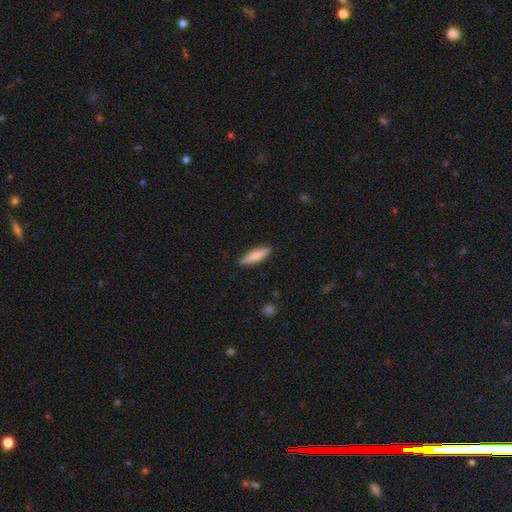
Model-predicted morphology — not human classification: This is likely a smooth galaxy (70%). How rounded: likely cigar-shaped (74%). Merging: clearly none (89%).